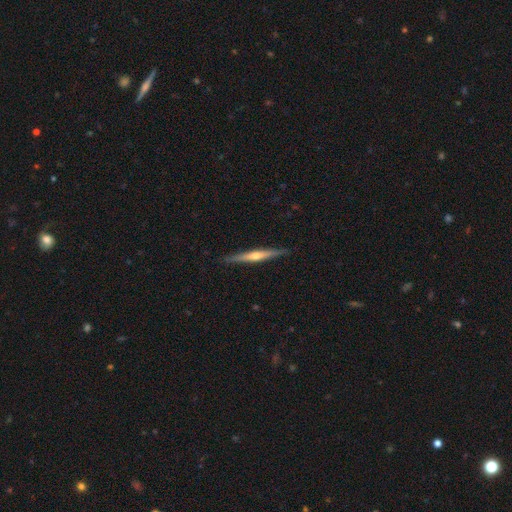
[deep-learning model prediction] Smooth or featured?
  - featured or disk: 66% *
  - smooth: 29%
  - star or artifact: 5%
Edge-on disk?
  - yes: 97% *
  - no: 3%
Edge-on bulge?
  - rounded: 77% *
  - none: 18%
  - boxy: 5%
Merging?
  - none: 90% *
  - minor disturbance: 8%
  - major disturbance: 1%
  - merger: 1%